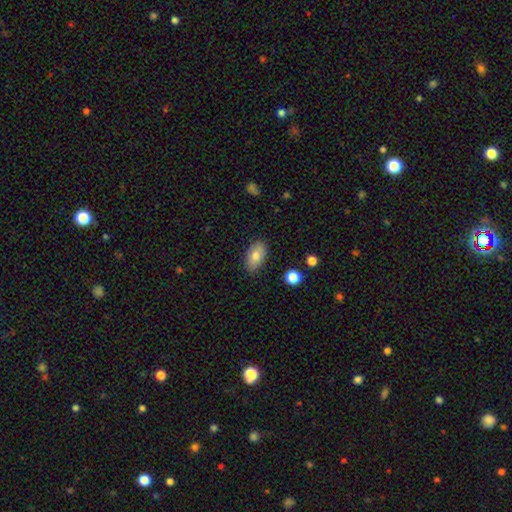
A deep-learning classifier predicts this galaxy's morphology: This appears to be a smooth galaxy with no disk features (77%) that is in between round and cigar-shaped (92%). Merging: none (85%).